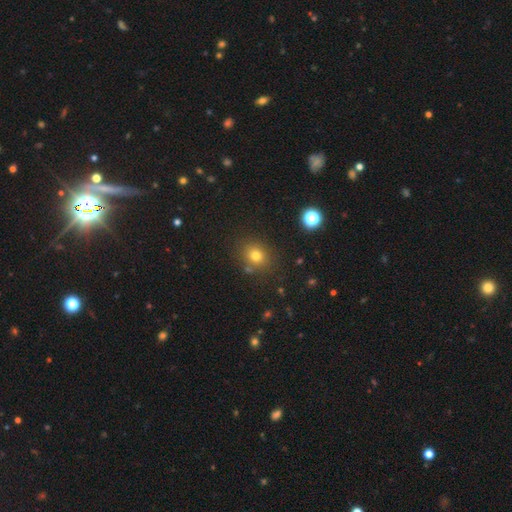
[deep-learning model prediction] Morphology: type=smooth (75%); roundness=round (73%); merging=none (80%).